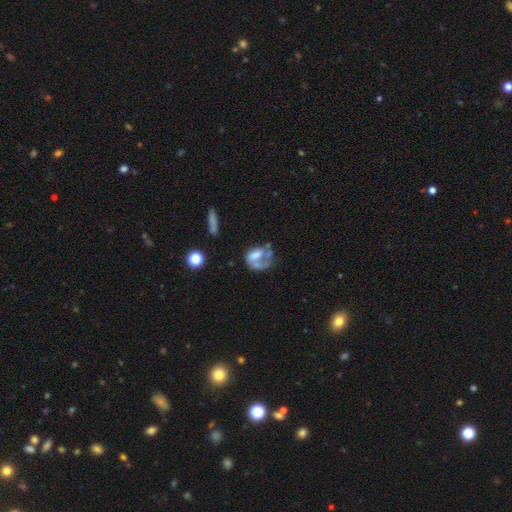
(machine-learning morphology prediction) This is possibly a featured or disk galaxy (52%). It is clearly not viewed edge-on (96%). Merging: marginally major disturbance (37%).